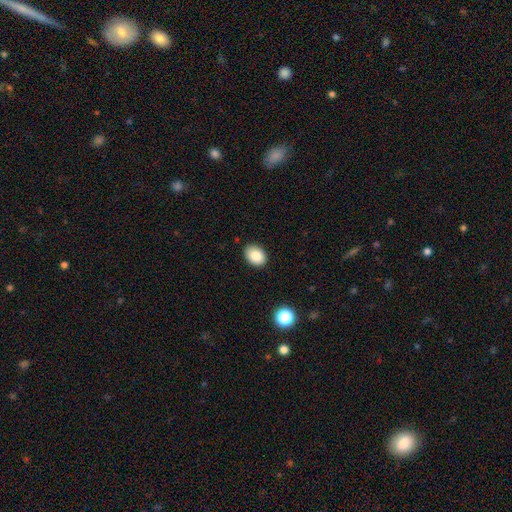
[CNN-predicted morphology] A smooth galaxy with no disk features (83%) that is in between round and cigar-shaped (69%). Merging: none (89%).